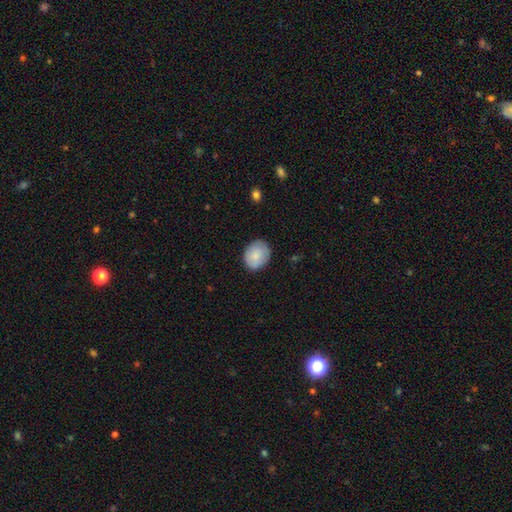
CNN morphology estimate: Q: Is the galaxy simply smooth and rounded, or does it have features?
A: smooth — 82%.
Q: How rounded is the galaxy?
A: round — 50%.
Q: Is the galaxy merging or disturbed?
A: none — 82%.